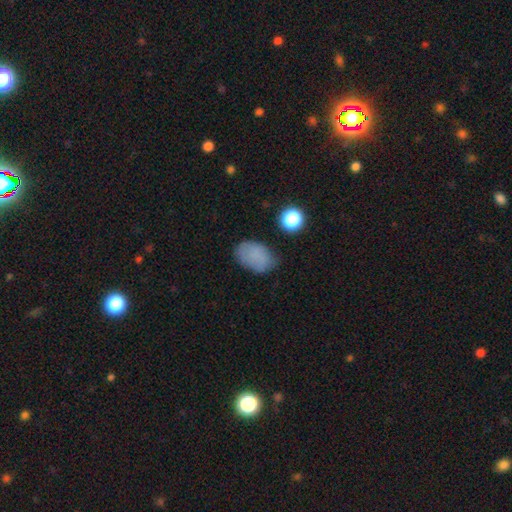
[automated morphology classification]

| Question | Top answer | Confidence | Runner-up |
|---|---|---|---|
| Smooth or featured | smooth | 79% | star or artifact (11%) |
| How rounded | in between | 85% | round (14%) |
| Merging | none | 69% | minor disturbance (22%) |